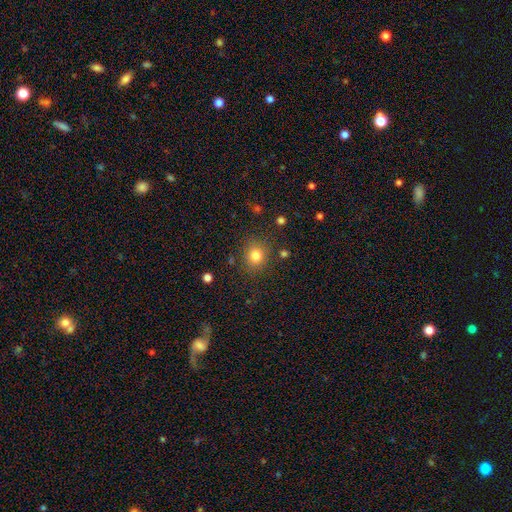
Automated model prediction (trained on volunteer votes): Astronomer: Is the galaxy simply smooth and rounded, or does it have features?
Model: smooth — 81%.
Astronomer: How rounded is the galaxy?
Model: round — 78%.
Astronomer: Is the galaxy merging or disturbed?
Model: none — 83%.